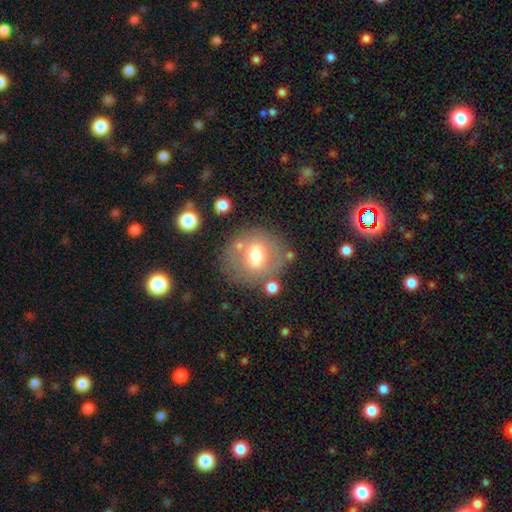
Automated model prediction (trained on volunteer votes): Smooth or featured? Predicted: smooth (p=0.59). How rounded? Predicted: round (p=0.79). Merging? Predicted: none (p=0.73).